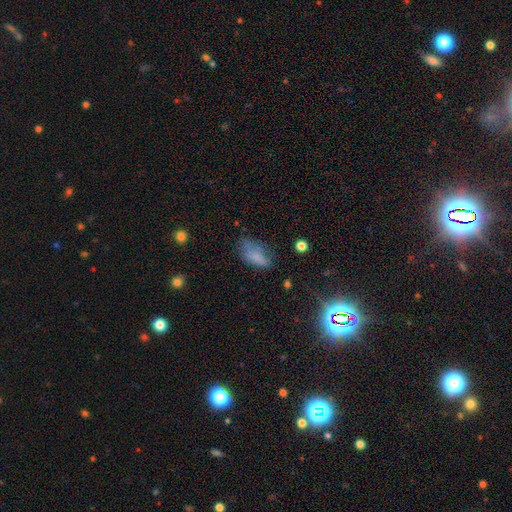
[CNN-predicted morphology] The model was most divided on "merging": none: 41%, minor disturbance: 32%, major disturbance: 24%, merger: 4%. More confident: how rounded — in between (86%); smooth or featured — smooth (68%).